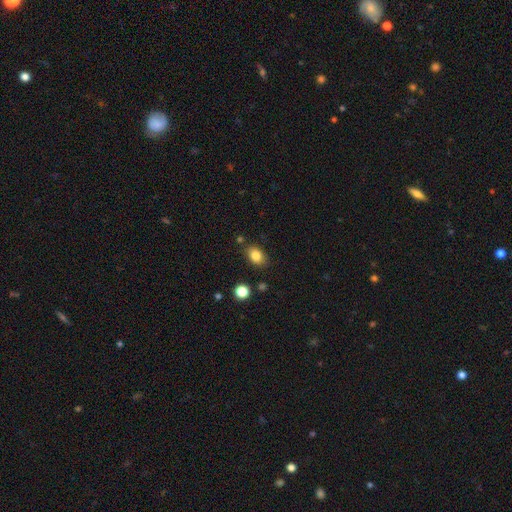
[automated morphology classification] type=smooth (83%); roundness=in between (73%); merging=none (81%).